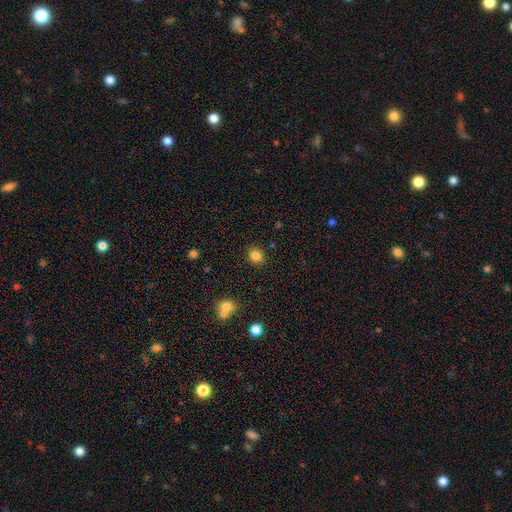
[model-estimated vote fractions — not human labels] Smooth or featured? smooth (83%)
How rounded? round (76%)
Merging? none (89%)